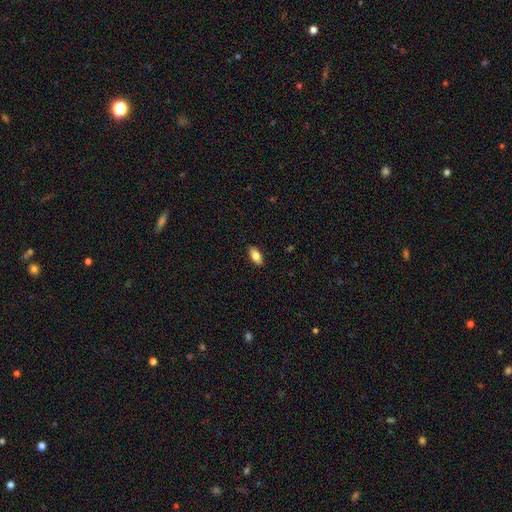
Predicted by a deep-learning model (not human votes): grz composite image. It shows a smooth galaxy with no disk features (79%) that is in between round and cigar-shaped (88%). Merging: none (89%).